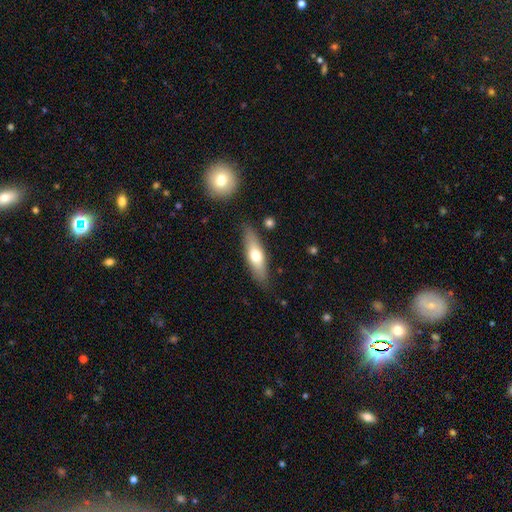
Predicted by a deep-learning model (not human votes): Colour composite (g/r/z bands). It shows a smooth galaxy with no disk features (58%) that is cigar-shaped (55%). Merging: none (83%).